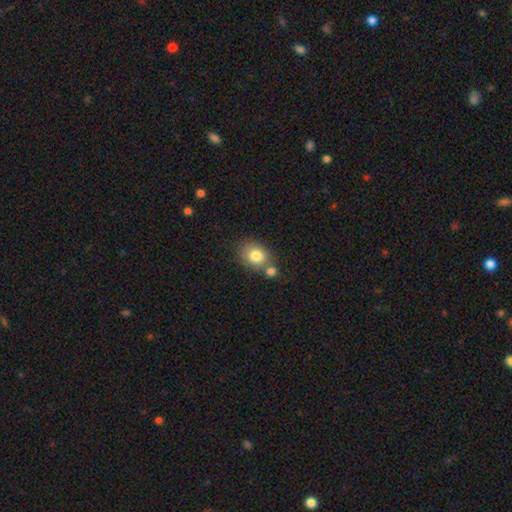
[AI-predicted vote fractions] This appears to be a smooth galaxy with no disk features (80%) that is round (54%). Merging: none (56%).